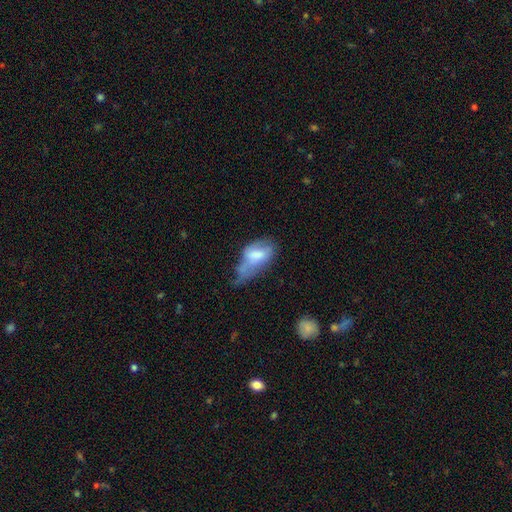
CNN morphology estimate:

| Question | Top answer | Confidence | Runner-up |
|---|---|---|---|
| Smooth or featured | smooth | 63% | featured or disk (29%) |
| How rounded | in between | 90% | round (6%) |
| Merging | major disturbance | 40% | minor disturbance (32%) |